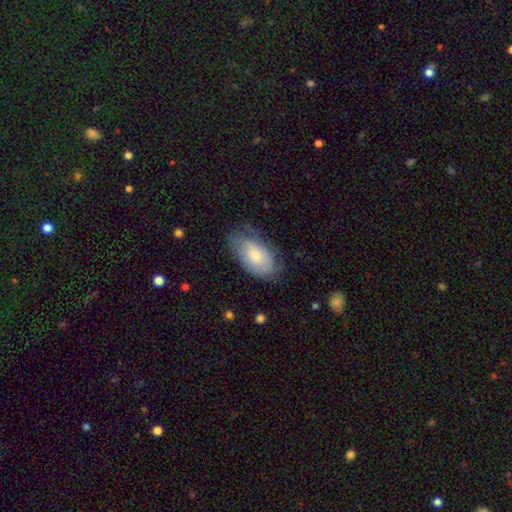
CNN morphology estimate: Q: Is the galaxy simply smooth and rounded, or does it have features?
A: smooth — 66%.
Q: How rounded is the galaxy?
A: in between — 94%.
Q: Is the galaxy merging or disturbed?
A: none — 62%.